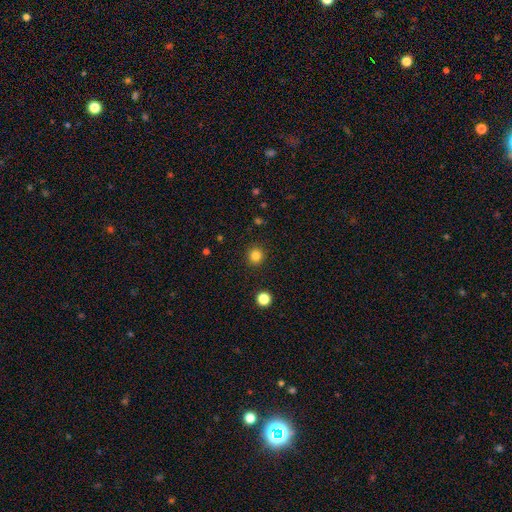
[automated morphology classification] Smooth or featured? Predicted: smooth (p=0.83). How rounded? Predicted: round (p=0.94). Merging? Predicted: none (p=0.92).